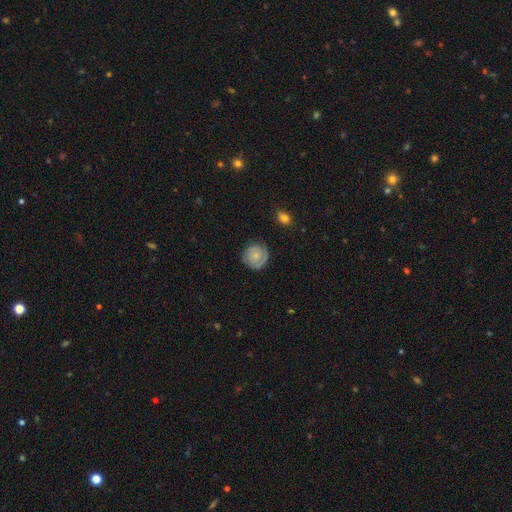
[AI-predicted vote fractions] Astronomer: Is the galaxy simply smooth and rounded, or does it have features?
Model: featured or disk — 51% (runner-up: smooth, 42%).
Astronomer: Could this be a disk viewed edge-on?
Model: no — 97%.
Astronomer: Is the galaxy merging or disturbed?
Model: none — 80%.